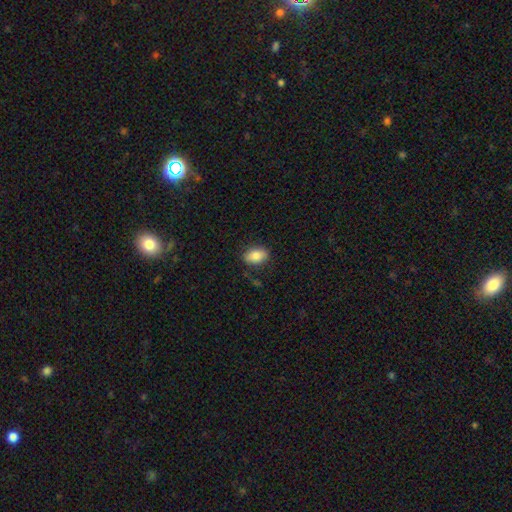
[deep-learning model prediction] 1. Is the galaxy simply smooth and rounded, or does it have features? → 85% smooth, 8% star or artifact, 8% featured or disk.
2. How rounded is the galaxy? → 86% in between, 13% round, 2% cigar-shaped.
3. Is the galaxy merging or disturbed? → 81% none, 14% minor disturbance, 3% major disturbance, 2% merger.